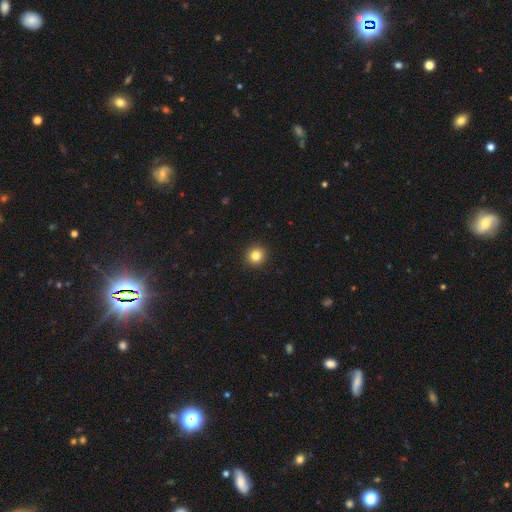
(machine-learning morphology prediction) Smooth or featured?
  - smooth: 83% *
  - star or artifact: 12%
  - featured or disk: 6%
How rounded?
  - round: 94% *
  - in between: 5%
  - cigar-shaped: 1%
Merging?
  - none: 94% *
  - minor disturbance: 4%
  - major disturbance: 1%
  - merger: 1%